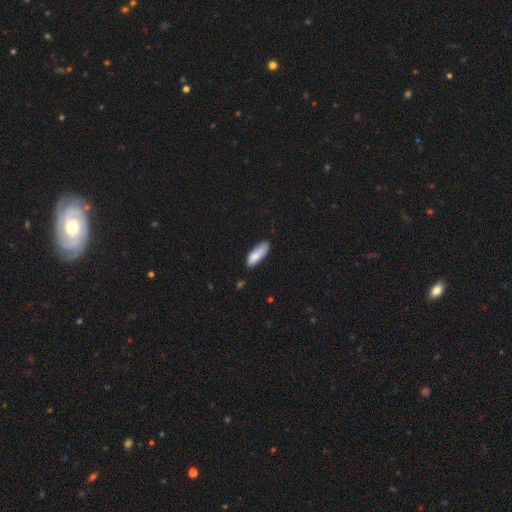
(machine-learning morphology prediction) Q: Smooth or featured?
A: smooth (84%); runner-up: featured or disk (9%)
Q: How rounded?
A: in between (56%); runner-up: cigar-shaped (42%)
Q: Merging?
A: none (69%); runner-up: minor disturbance (25%)